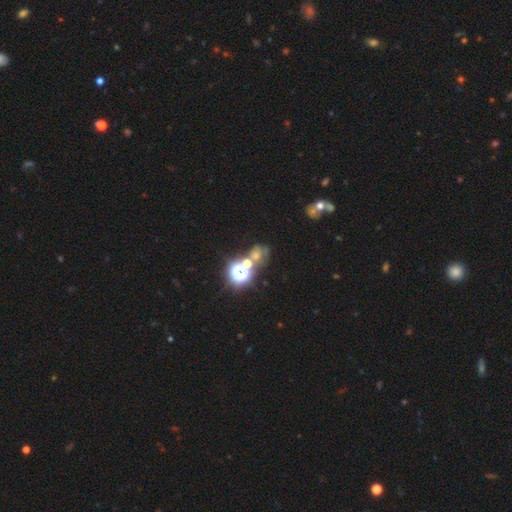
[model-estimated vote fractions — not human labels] star or artifact 59%, smooth 27%, featured or disk 14%.